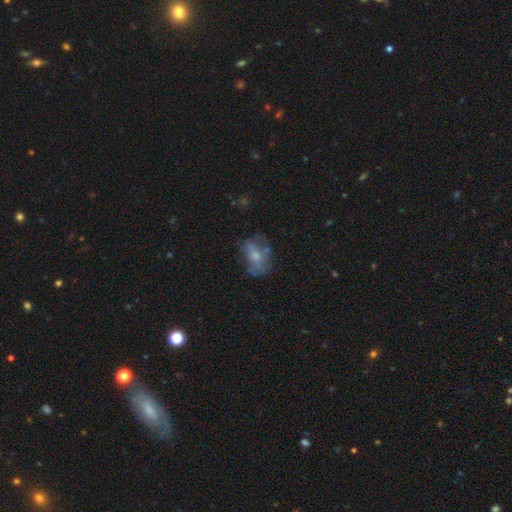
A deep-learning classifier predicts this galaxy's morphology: smooth 51%, featured or disk 38%, star or artifact 11%. Down the decision tree: how rounded — in between (79%); merging — none (45%).